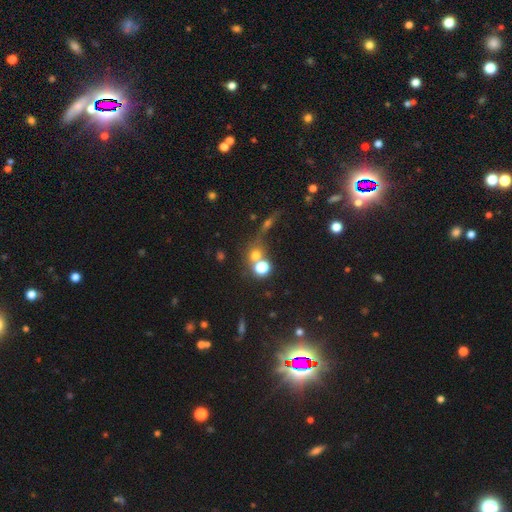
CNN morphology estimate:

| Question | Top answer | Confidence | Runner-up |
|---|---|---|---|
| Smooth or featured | smooth | 61% | star or artifact (27%) |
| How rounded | round | 84% | in between (14%) |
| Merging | none | 51% | merger (34%) |